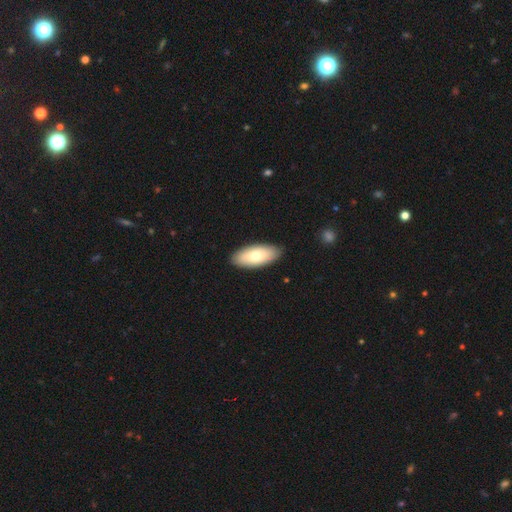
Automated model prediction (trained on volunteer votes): smooth-or-featured: smooth: 75% | featured or disk: 19% | star or artifact: 5%
  how-rounded: in between: 88% | cigar-shaped: 10% | round: 2%
  merging: none: 88% | minor disturbance: 9% | major disturbance: 2% | merger: 1%